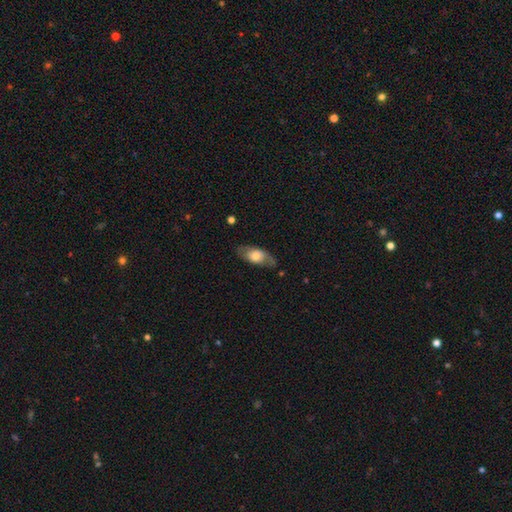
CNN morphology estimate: A smooth galaxy with no disk features (56%) that is in between round and cigar-shaped (83%).

Vote fractions:
- Smooth or featured? smooth: 56% / featured or disk: 38% / star or artifact: 6%
- How rounded? in between: 83% / cigar-shaped: 10% / round: 6%
- Merging? none: 70% / minor disturbance: 20% / major disturbance: 8% / merger: 2%